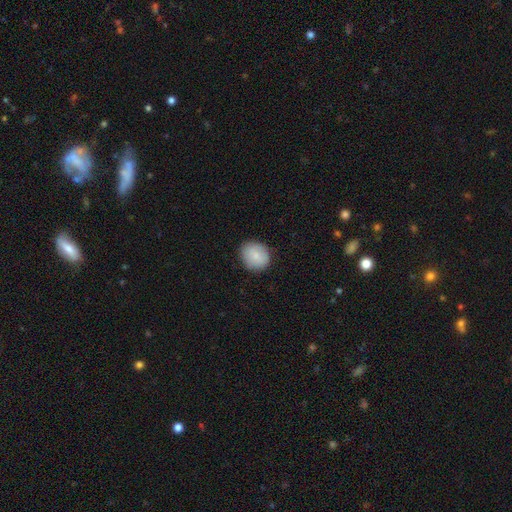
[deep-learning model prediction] The model was most divided on "how rounded": round: 73%, in between: 27%, cigar-shaped: 1%. More confident: merging — none (84%); smooth or featured — smooth (82%).